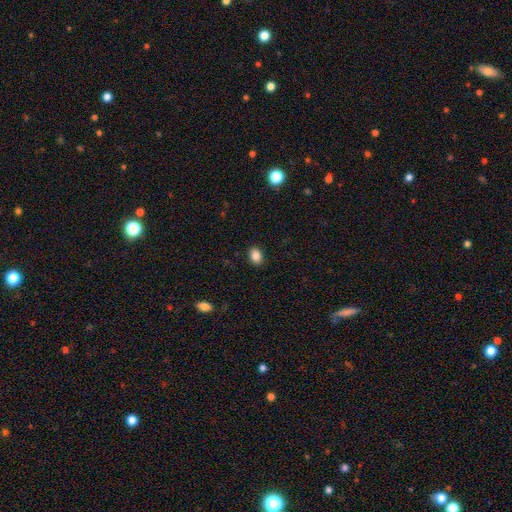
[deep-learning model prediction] This appears to be a smooth galaxy with no disk features (86%) that is in between round and cigar-shaped (73%). Merging: none (89%).